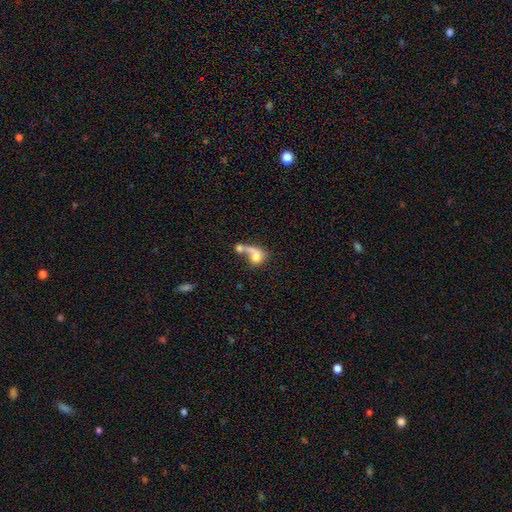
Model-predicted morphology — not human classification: Smooth or featured: smooth — 65% (featured or disk — 25%)
How rounded: round — 57% (in between — 39%)
Merging: merger — 57% (none — 19%)